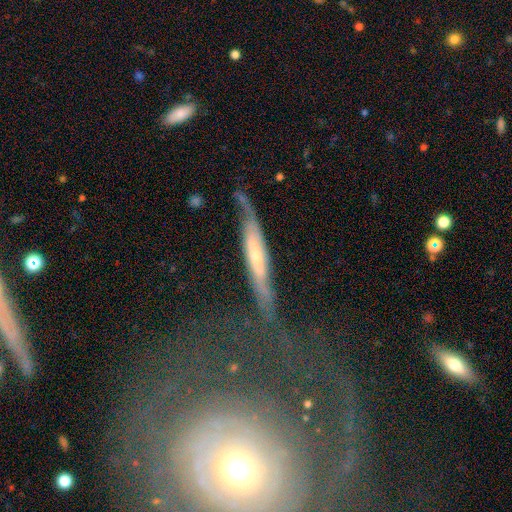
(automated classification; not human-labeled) Overall: featured or disk (64%; smooth 29%). Edge-on disk: yes (64%; no 36%). Merging: none (46%; minor disturbance 25%).